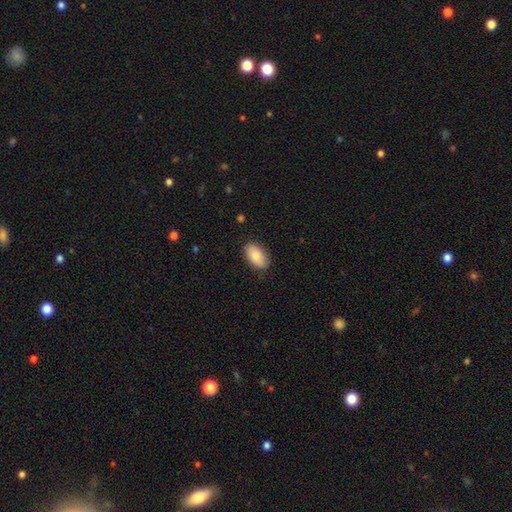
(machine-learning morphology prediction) This appears to be a smooth galaxy with no disk features (79%) that is in between round and cigar-shaped (93%). Merging: none (86%).